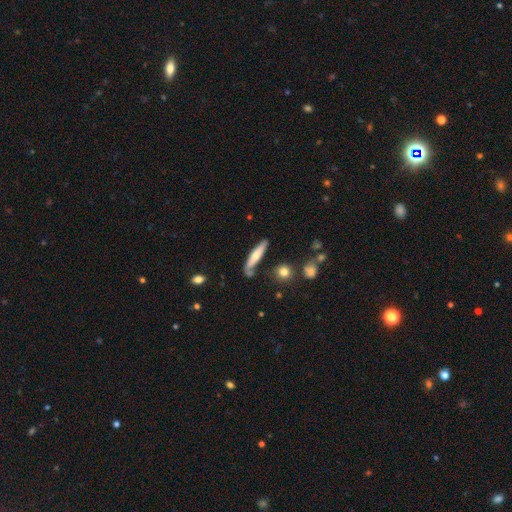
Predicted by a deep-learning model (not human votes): Smooth or featured? smooth (62%)
How rounded? cigar-shaped (86%)
Merging? none (70%)